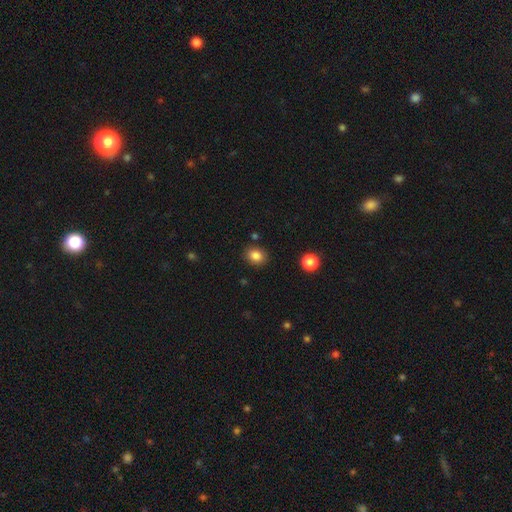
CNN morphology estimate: Q: Smooth or featured?
A: smooth (85%); runner-up: star or artifact (10%)
Q: How rounded?
A: round (55%); runner-up: in between (44%)
Q: Merging?
A: none (86%); runner-up: minor disturbance (9%)